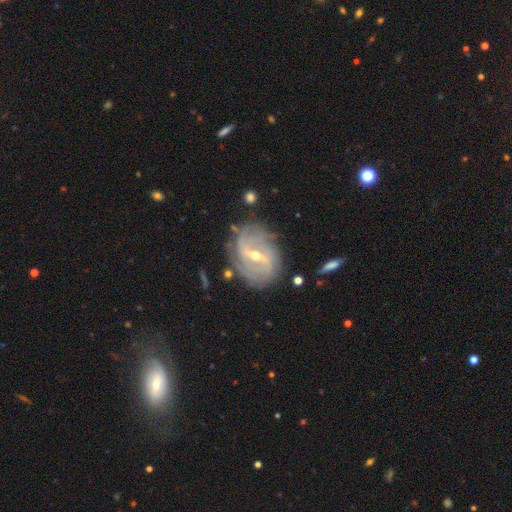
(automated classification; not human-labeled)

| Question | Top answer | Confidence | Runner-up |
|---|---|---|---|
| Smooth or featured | featured or disk | 86% | smooth (7%) |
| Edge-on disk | no | 95% | yes (5%) |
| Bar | strong | 48% | weak (41%) |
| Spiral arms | yes | 91% | no (9%) |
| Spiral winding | medium | 37% | tight (35%) |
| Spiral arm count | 2 | 54% | can't tell (23%) |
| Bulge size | small | 56% | moderate (41%) |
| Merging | none | 74% | minor disturbance (17%) |